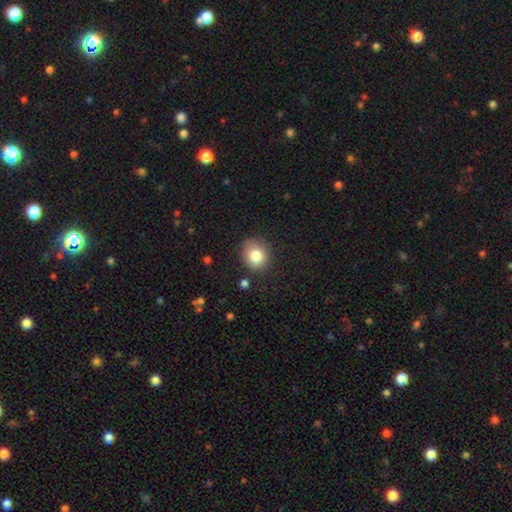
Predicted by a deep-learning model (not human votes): Smooth or featured: smooth — 82% (star or artifact — 10%)
How rounded: round — 76% (in between — 23%)
Merging: none — 81% (minor disturbance — 13%)